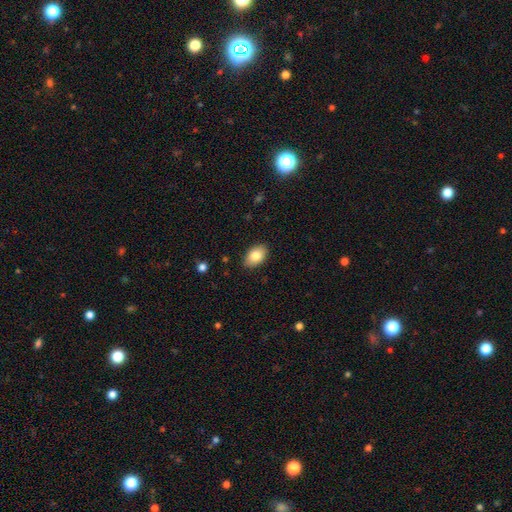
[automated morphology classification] The model was most divided on "smooth or featured": smooth: 84%, featured or disk: 9%, star or artifact: 7%. More confident: how rounded — in between (89%); merging — none (87%).